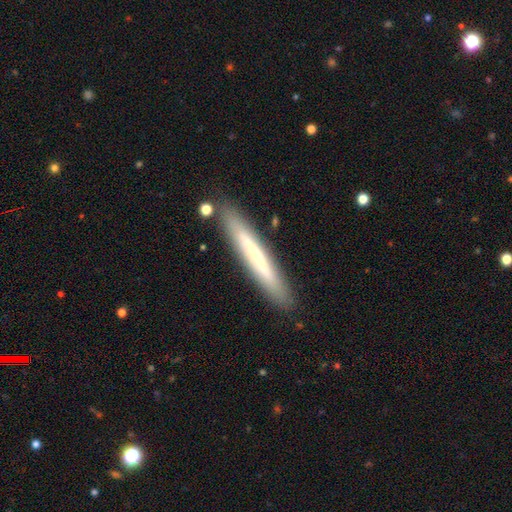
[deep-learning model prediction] A featured or disk galaxy (48%). Merging: none (87%).